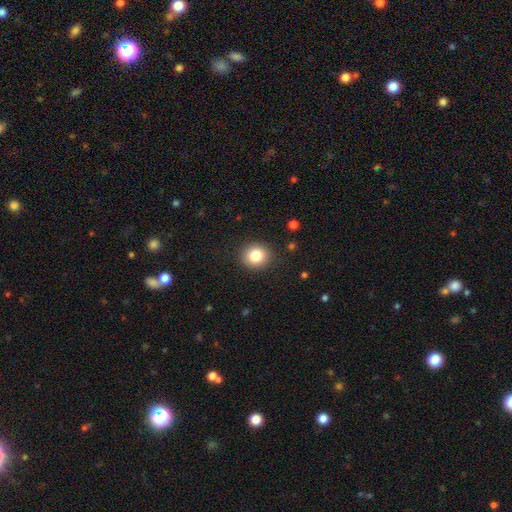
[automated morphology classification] The model was most divided on "smooth or featured": smooth: 82%, star or artifact: 10%, featured or disk: 7%. More confident: merging — none (90%); how rounded — round (86%).